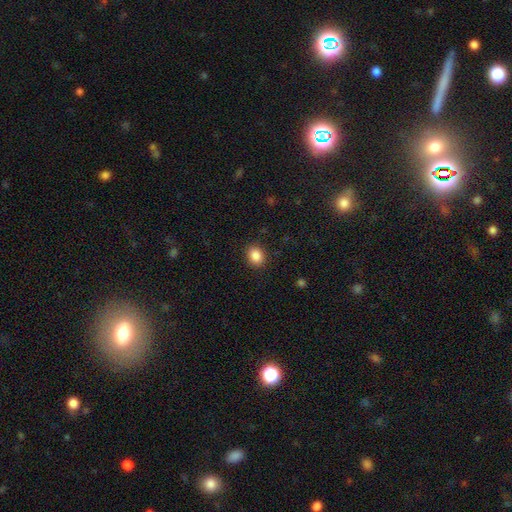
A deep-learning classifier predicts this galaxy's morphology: type=smooth (87%); roundness=round (55%); merging=none (89%).